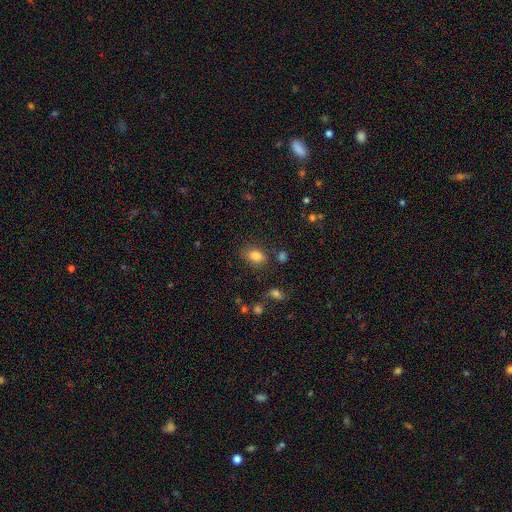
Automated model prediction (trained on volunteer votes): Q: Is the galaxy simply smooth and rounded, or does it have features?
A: smooth — 83%.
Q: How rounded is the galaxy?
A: in between — 85%.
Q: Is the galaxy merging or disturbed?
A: none — 76%.